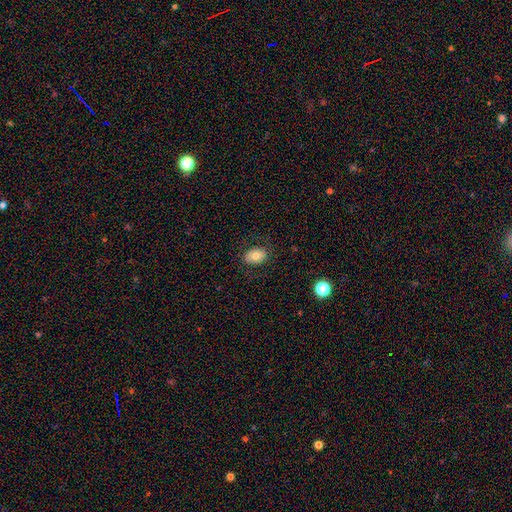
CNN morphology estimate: Smooth or featured? Predicted: smooth (p=0.73). How rounded? Predicted: in between (p=0.79). Merging? Predicted: none (p=0.82).